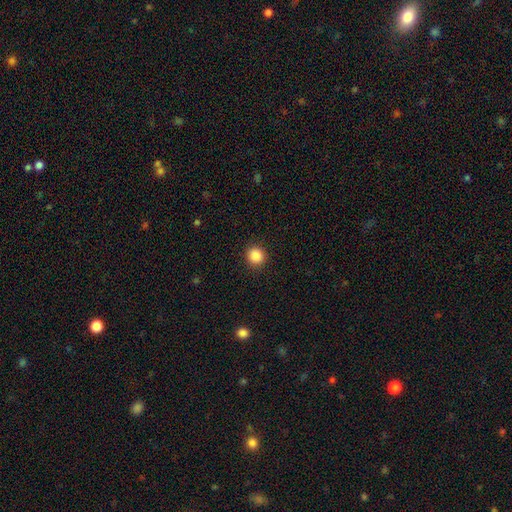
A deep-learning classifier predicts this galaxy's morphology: A smooth galaxy with no disk features (87%) that is round (89%). Merging: none (91%).